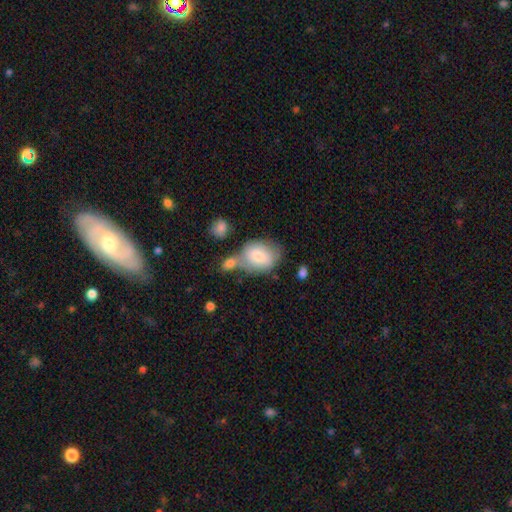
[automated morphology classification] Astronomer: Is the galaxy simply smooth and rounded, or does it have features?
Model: smooth — 72%.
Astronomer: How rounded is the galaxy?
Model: in between — 58% (runner-up: round, 41%).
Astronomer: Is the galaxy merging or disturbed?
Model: none — 42% (runner-up: merger, 31%).